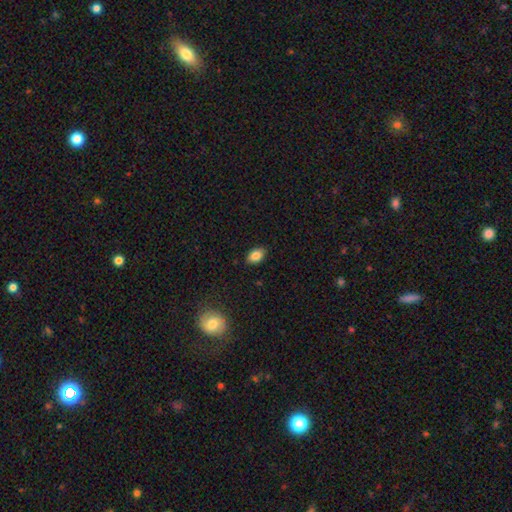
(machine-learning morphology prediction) Smooth or featured? smooth (84%)
How rounded? in between (87%)
Merging? none (87%)